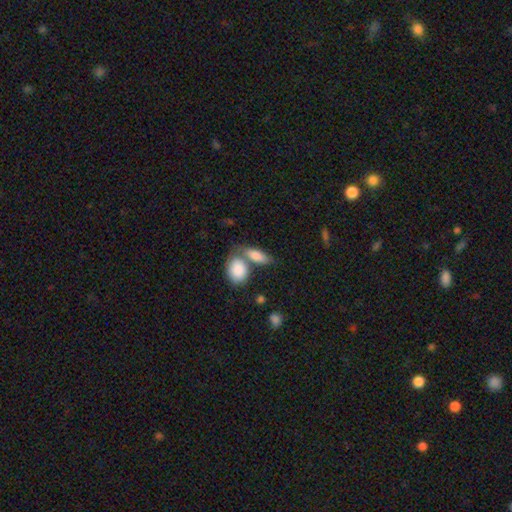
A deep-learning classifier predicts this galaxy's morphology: Smooth or featured: smooth — 83% (featured or disk — 11%)
How rounded: in between — 79% (cigar-shaped — 11%)
Merging: merger — 45% (none — 39%)